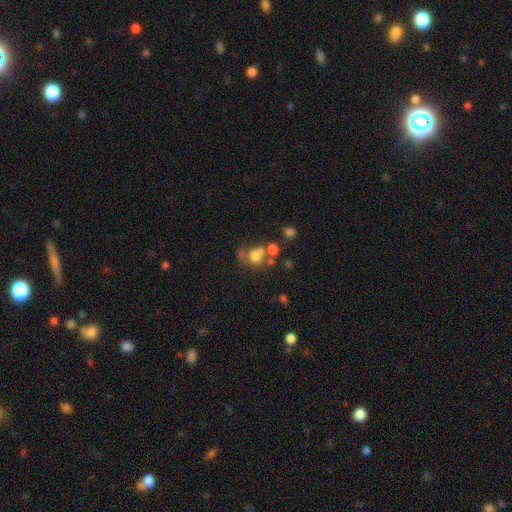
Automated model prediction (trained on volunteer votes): smooth-or-featured: smooth: 61% | featured or disk: 23% | star or artifact: 16%
  how-rounded: round: 64% | in between: 35% | cigar-shaped: 1%
  merging: merger: 39% | none: 32% | major disturbance: 16% | minor disturbance: 14%